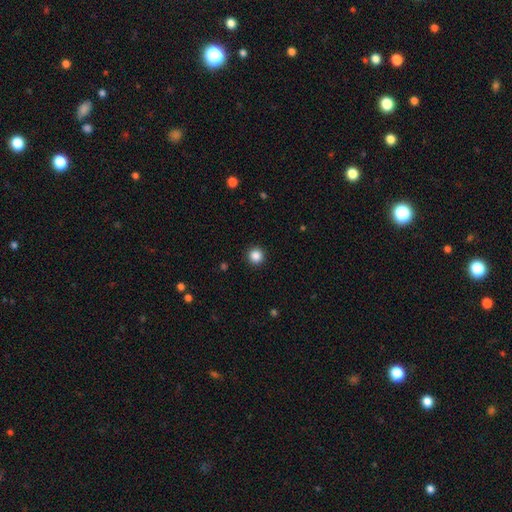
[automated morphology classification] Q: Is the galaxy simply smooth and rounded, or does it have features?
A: smooth — 86%.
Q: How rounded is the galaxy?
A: round — 95%.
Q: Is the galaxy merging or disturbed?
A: none — 93%.